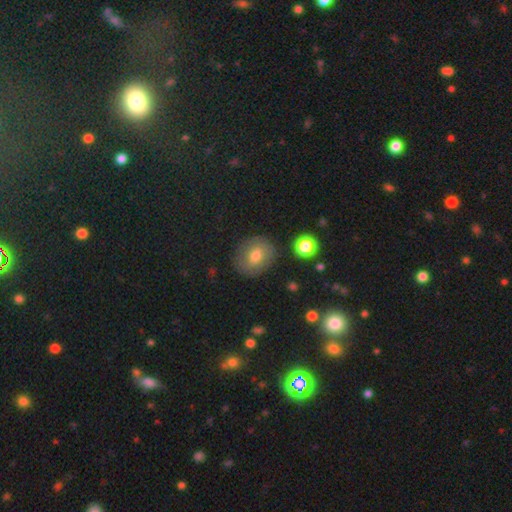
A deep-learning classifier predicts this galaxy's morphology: A smooth galaxy with no disk features (63%) that is round (61%).

Vote fractions:
- Smooth or featured? smooth: 63% / featured or disk: 26% / star or artifact: 11%
- How rounded? round: 61% / in between: 38% / cigar-shaped: 1%
- Merging? none: 81% / minor disturbance: 13% / major disturbance: 4% / merger: 2%